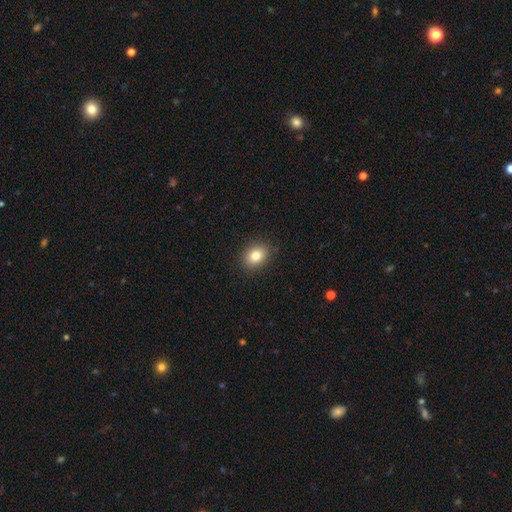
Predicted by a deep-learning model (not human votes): Q: Smooth or featured?
A: smooth (82%); runner-up: star or artifact (10%)
Q: How rounded?
A: in between (58%); runner-up: round (41%)
Q: Merging?
A: none (89%); runner-up: minor disturbance (8%)